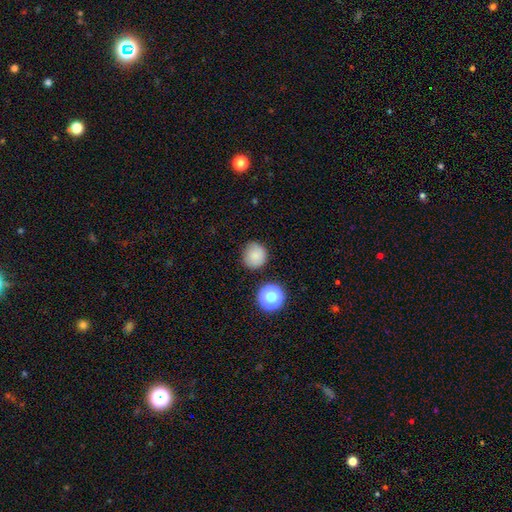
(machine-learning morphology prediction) A smooth galaxy with no disk features (83%) that is round (91%).

Vote fractions:
- Smooth or featured? smooth: 83% / star or artifact: 11% / featured or disk: 5%
- How rounded? round: 91% / in between: 8% / cigar-shaped: 1%
- Merging? none: 83% / minor disturbance: 11% / merger: 3% / major disturbance: 3%